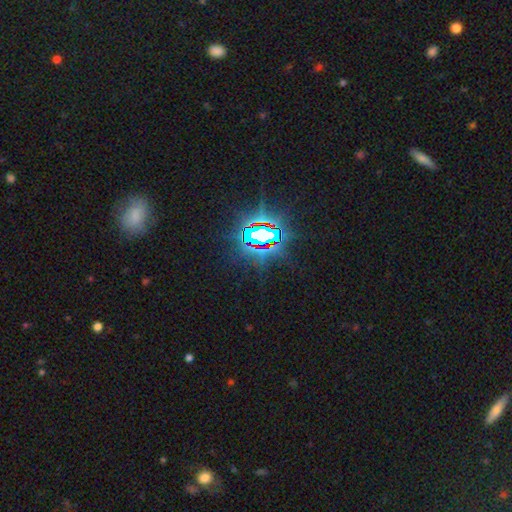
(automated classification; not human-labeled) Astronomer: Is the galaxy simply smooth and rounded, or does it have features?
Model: star or artifact — 82%.